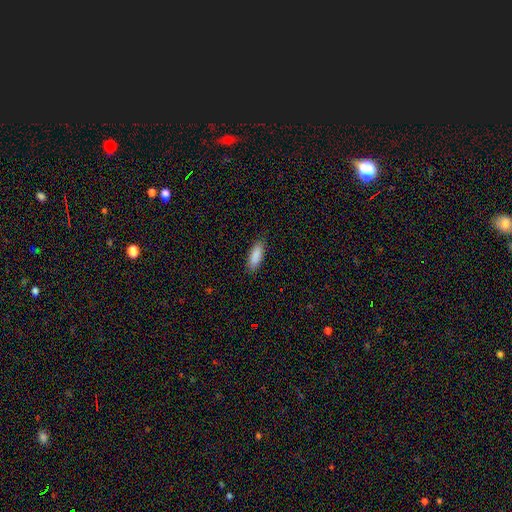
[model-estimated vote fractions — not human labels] smooth_or_featured: smooth (p=0.89) [alt: star or artifact p=0.06]
how_rounded: in between (p=0.61) [alt: cigar-shaped p=0.37]
merging: none (p=0.88) [alt: minor disturbance p=0.09]